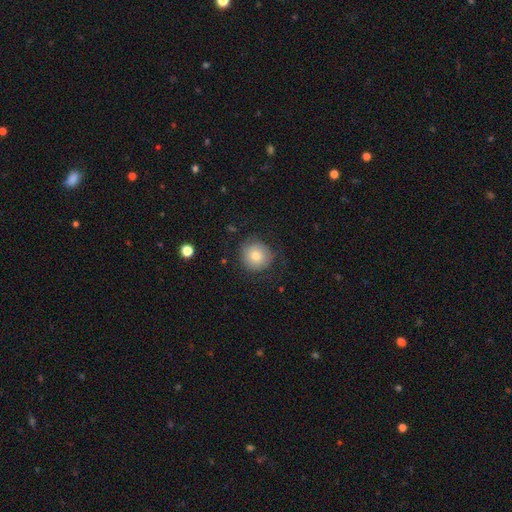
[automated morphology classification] A smooth galaxy with no disk features (72%) that is round (93%). Merging: none (71%).